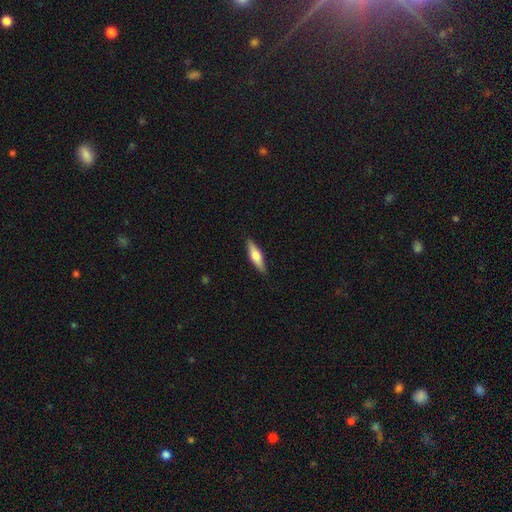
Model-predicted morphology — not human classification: A smooth galaxy with no disk features (55%) that is cigar-shaped (67%).

Vote fractions:
- Smooth or featured? smooth: 55% / featured or disk: 39% / star or artifact: 6%
- How rounded? cigar-shaped: 67% / in between: 31% / round: 2%
- Merging? none: 89% / minor disturbance: 8% / major disturbance: 2% / merger: 1%